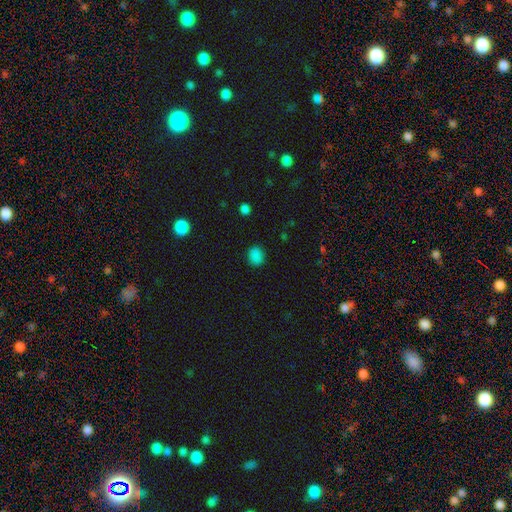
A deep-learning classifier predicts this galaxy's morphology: This is clearly a smooth galaxy (84%). How rounded: possibly round (56%). Merging: clearly none (87%).